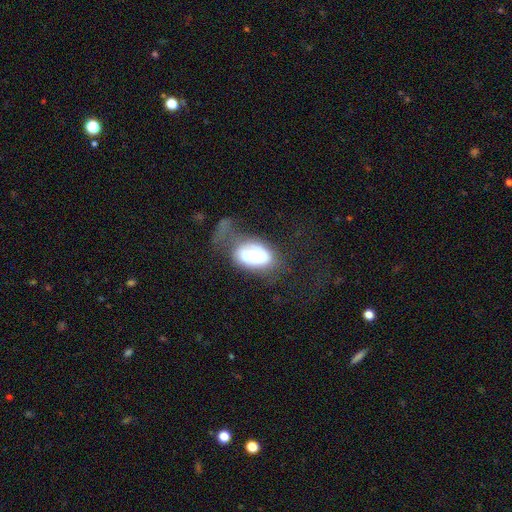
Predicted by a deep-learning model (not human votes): A smooth galaxy with no disk features (49%).

Vote fractions:
- Smooth or featured? smooth: 49% / featured or disk: 43% / star or artifact: 8%
- Merging? major disturbance: 40% / minor disturbance: 25% / none: 22% / merger: 13%